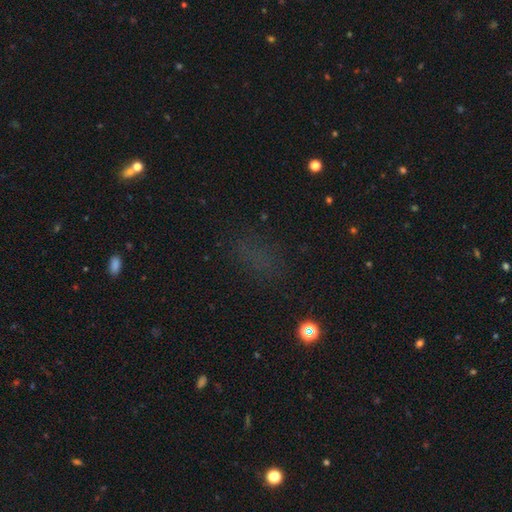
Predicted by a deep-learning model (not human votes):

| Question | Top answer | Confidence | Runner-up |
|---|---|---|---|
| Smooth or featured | smooth | 46% | star or artifact (41%) |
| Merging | none | 74% | minor disturbance (13%) |